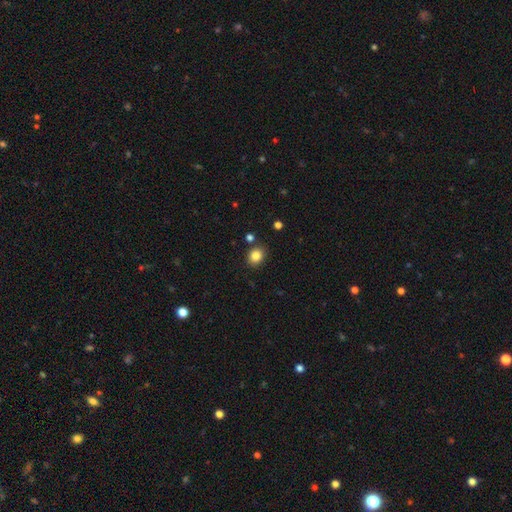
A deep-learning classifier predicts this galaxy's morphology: Smooth or featured? Predicted: smooth (p=0.84). How rounded? Predicted: round (p=0.60). Merging? Predicted: none (p=0.84).